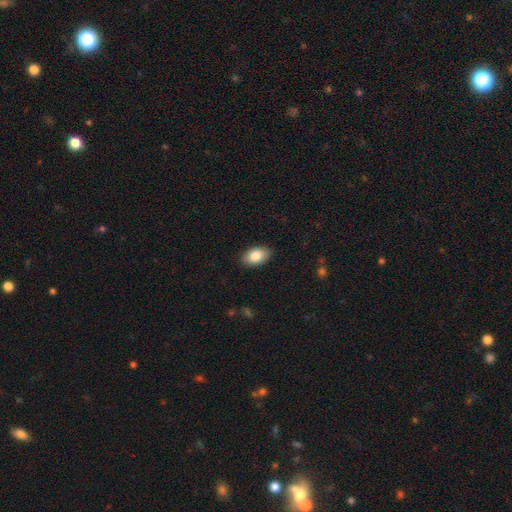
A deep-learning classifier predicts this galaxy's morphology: This appears to be a smooth galaxy with no disk features (85%) that is in between round and cigar-shaped (92%). Merging: none (89%).